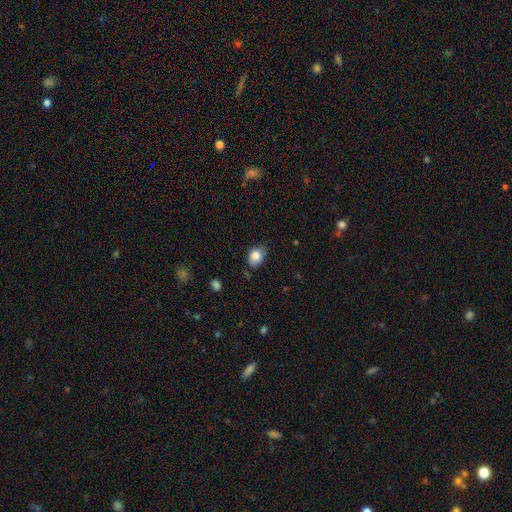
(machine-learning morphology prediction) Overall: smooth (82%). How rounded: in between (50%; round 49%). Merging: none (58%; minor disturbance 33%).